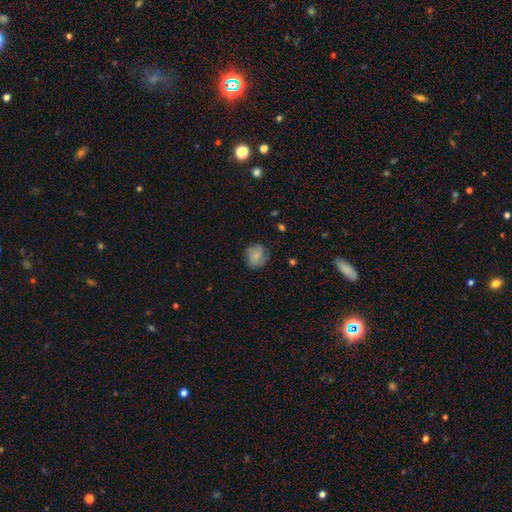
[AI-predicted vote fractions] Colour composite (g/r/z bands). It shows a smooth galaxy with no disk features (75%) that is round (75%). Merging: none (71%).